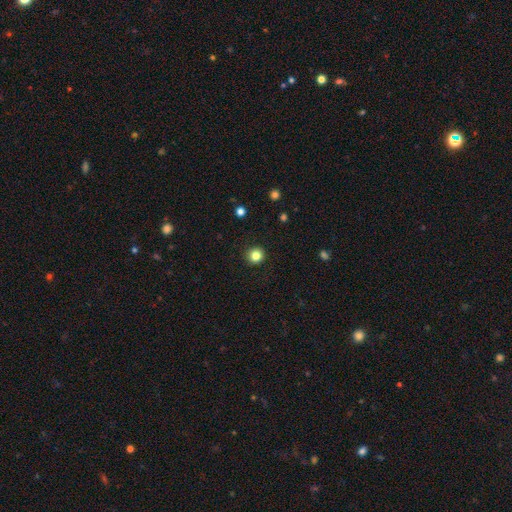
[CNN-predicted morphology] smooth-or-featured: smooth: 83% | star or artifact: 12% | featured or disk: 5%
  how-rounded: round: 94% | in between: 5% | cigar-shaped: 1%
  merging: none: 92% | minor disturbance: 6% | major disturbance: 2% | merger: 1%